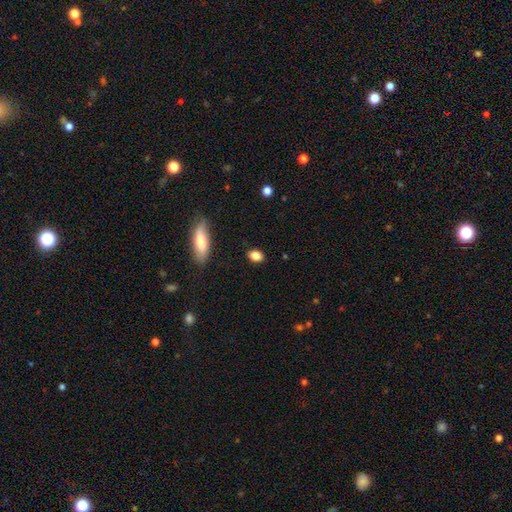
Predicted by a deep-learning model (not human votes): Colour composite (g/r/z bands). It shows a smooth galaxy with no disk features (85%) that is in between round and cigar-shaped (72%). Merging: none (84%).